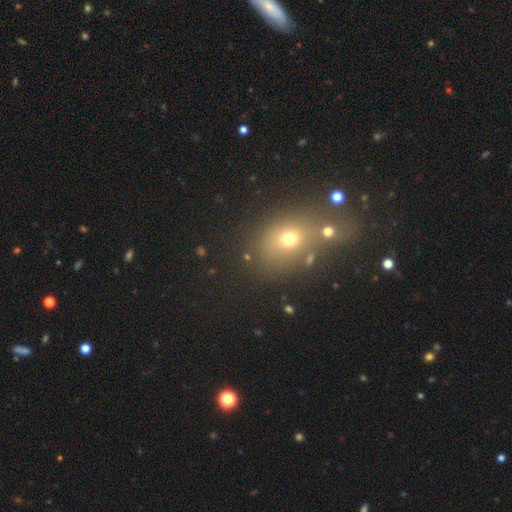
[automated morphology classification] Overall: smooth (53%; star or artifact 35%). How rounded: round (51%; in between 47%). Merging: none (69%).